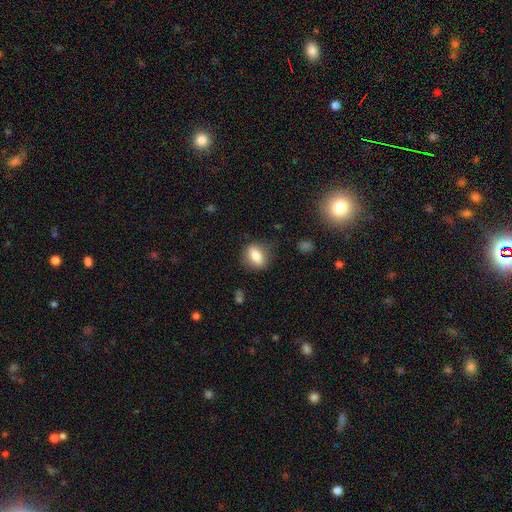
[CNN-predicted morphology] A smooth galaxy with no disk features (74%) that is in between round and cigar-shaped (67%).

Vote fractions:
- Smooth or featured? smooth: 74% / featured or disk: 18% / star or artifact: 8%
- How rounded? in between: 67% / round: 26% / cigar-shaped: 7%
- Merging? none: 79% / minor disturbance: 14% / major disturbance: 5% / merger: 2%